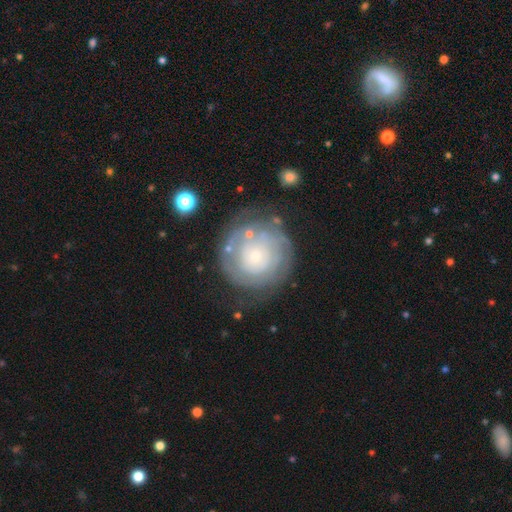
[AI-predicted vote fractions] Q: Smooth or featured?
A: featured or disk (62%); runner-up: smooth (31%)
Q: Edge-on disk?
A: no (97%); runner-up: yes (3%)
Q: Bar?
A: no (85%); runner-up: weak (12%)
Q: Spiral arms?
A: yes (69%); runner-up: no (31%)
Q: Bulge size?
A: small (70%); runner-up: moderate (20%)
Q: Merging?
A: none (69%); runner-up: minor disturbance (17%)